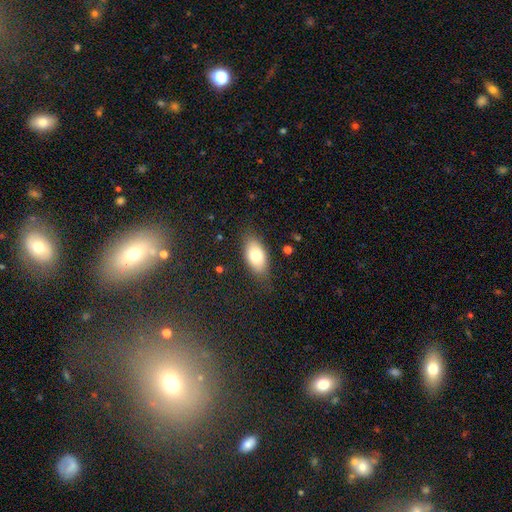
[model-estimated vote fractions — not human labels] Smooth or featured? Predicted: smooth (p=0.78). How rounded? Predicted: in between (p=0.90). Merging? Predicted: none (p=0.79).